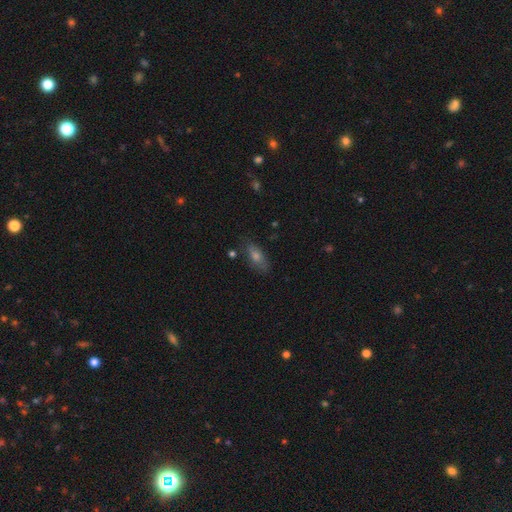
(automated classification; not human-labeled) smooth-or-featured: smooth: 57% | featured or disk: 25% | star or artifact: 18%
  how-rounded: in between: 76% | cigar-shaped: 18% | round: 7%
  merging: none: 77% | minor disturbance: 16% | major disturbance: 4% | merger: 3%